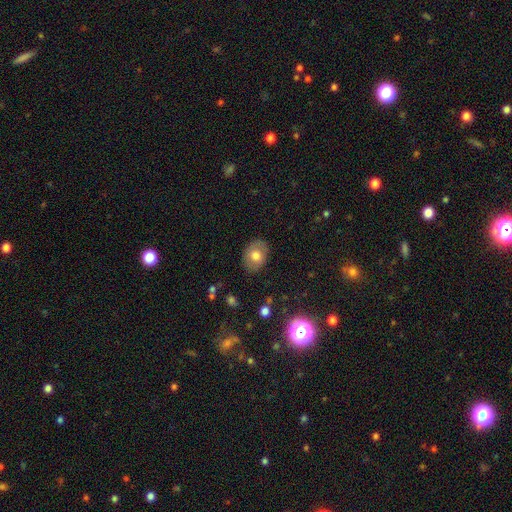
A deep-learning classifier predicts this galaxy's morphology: smooth_or_featured: smooth (p=0.71) [alt: featured or disk p=0.20]
how_rounded: in between (p=0.63) [alt: round p=0.36]
merging: none (p=0.84) [alt: minor disturbance p=0.12]